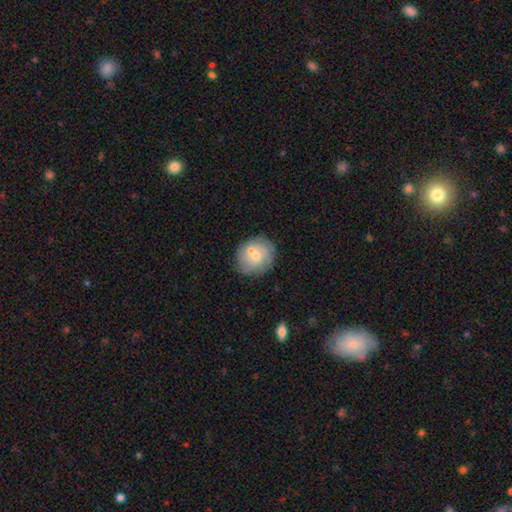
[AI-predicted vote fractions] smooth 58%, featured or disk 33%, star or artifact 9%. Down the decision tree: how rounded — round (77%); merging — none (64%).